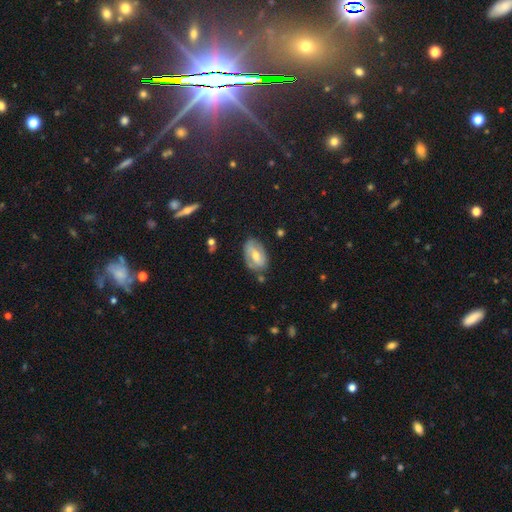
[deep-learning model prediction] The model was most divided on "bar": weak: 46%, no: 31%, strong: 23%. More confident: edge-on disk — no (94%); spiral arms — yes (70%); merging — none (68%); bulge size — moderate (59%); smooth or featured — featured or disk (56%).